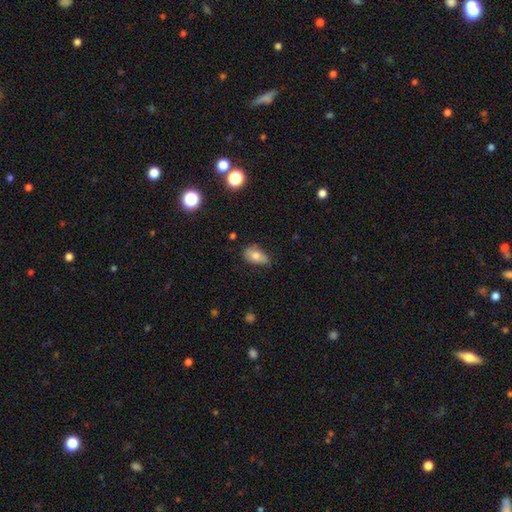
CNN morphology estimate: This is likely a smooth galaxy (74%). How rounded: clearly in between (90%). Merging: likely none (65%).